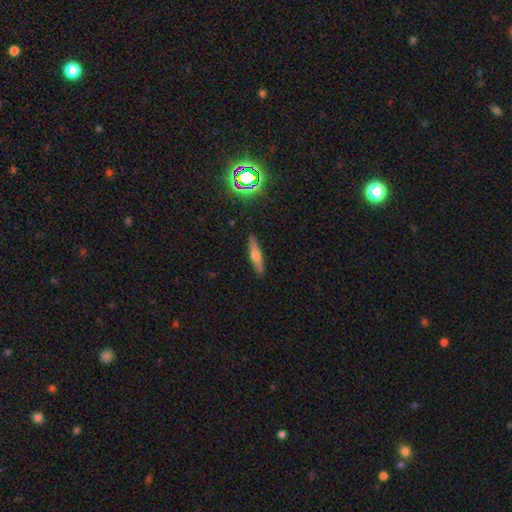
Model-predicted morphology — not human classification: Smooth or featured: featured or disk — 45% (smooth — 44%)
Merging: none — 87% (minor disturbance — 9%)